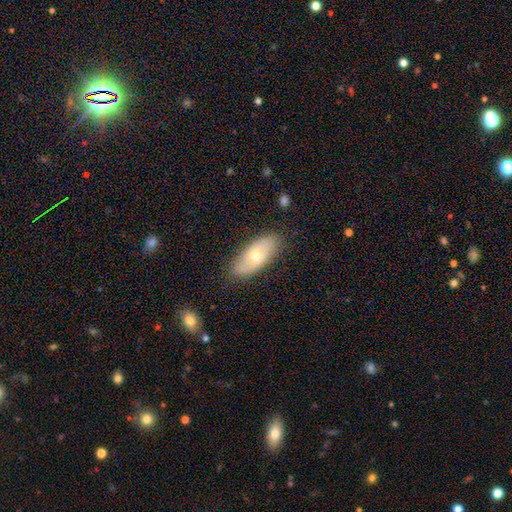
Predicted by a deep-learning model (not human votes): Smooth or featured?
  - smooth: 53% *
  - featured or disk: 41%
  - star or artifact: 6%
How rounded?
  - in between: 85% *
  - cigar-shaped: 12%
  - round: 3%
Merging?
  - none: 82% *
  - minor disturbance: 14%
  - major disturbance: 3%
  - merger: 1%